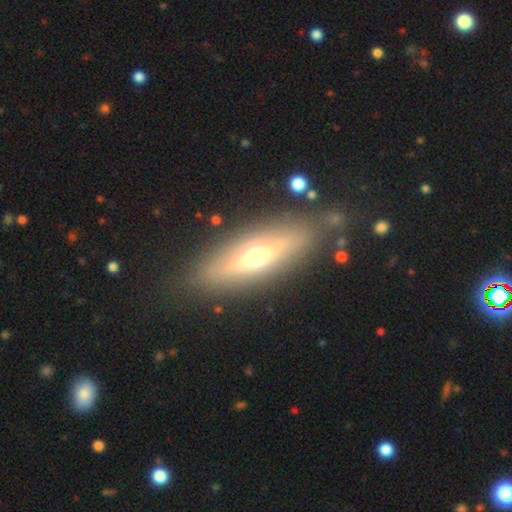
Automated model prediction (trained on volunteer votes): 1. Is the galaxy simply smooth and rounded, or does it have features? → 47% featured or disk, 44% smooth, 9% star or artifact.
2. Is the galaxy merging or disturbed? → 81% none, 12% minor disturbance, 5% major disturbance, 2% merger.